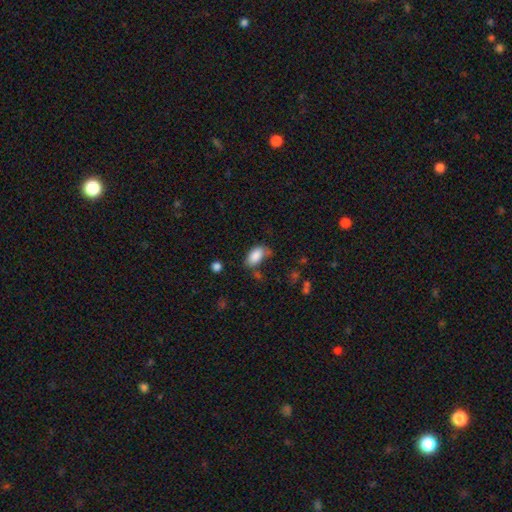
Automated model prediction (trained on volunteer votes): smooth-or-featured: smooth: 86% | star or artifact: 8% | featured or disk: 7%
  how-rounded: in between: 93% | round: 4% | cigar-shaped: 3%
  merging: none: 57% | minor disturbance: 28% | major disturbance: 9% | merger: 6%